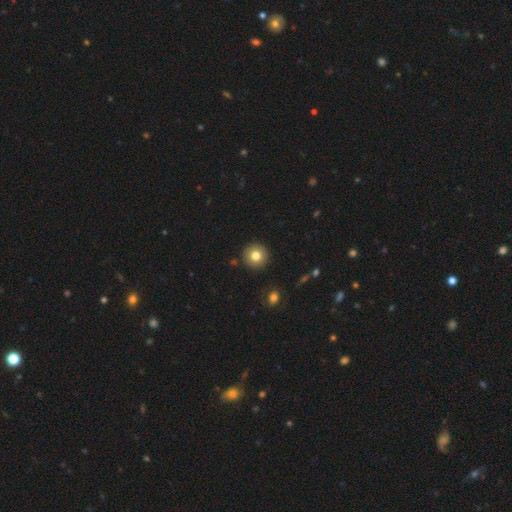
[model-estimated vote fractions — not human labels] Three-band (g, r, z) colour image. It shows a smooth galaxy with no disk features (79%) that is round (95%). Merging: none (90%).